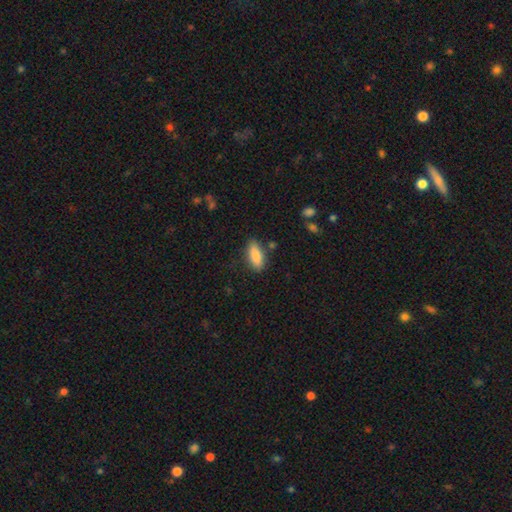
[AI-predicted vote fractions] smooth 85%, featured or disk 9%, star or artifact 7%. Down the decision tree: how rounded — in between (77%); merging — none (79%).